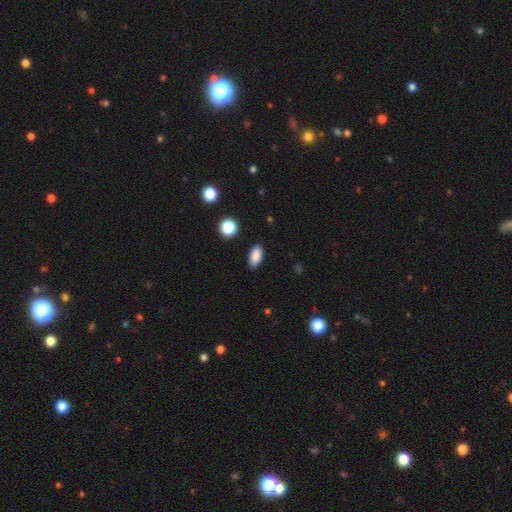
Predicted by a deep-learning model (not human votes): Smooth or featured? Predicted: smooth (p=0.88). How rounded? Predicted: in between (p=0.91). Merging? Predicted: none (p=0.88).